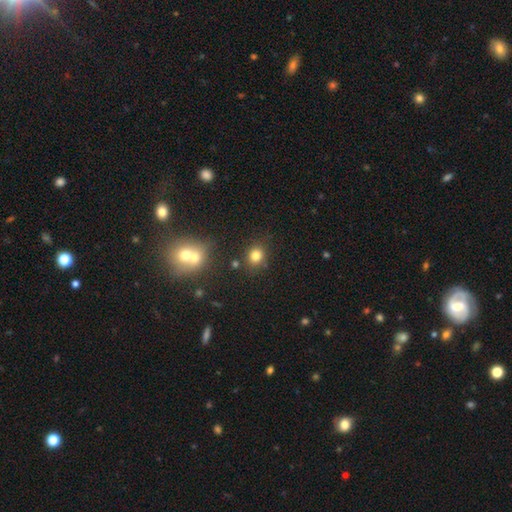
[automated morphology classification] smooth 80%, star or artifact 14%, featured or disk 7%. Down the decision tree: how rounded — round (76%); merging — none (79%).